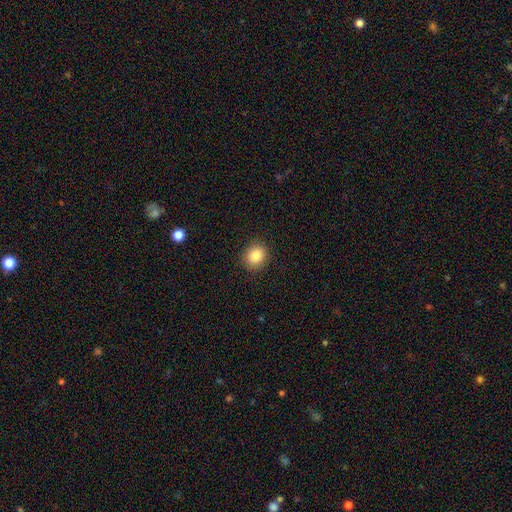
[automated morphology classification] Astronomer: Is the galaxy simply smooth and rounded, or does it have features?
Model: smooth — 86%.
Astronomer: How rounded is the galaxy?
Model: round — 76%.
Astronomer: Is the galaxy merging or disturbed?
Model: none — 90%.